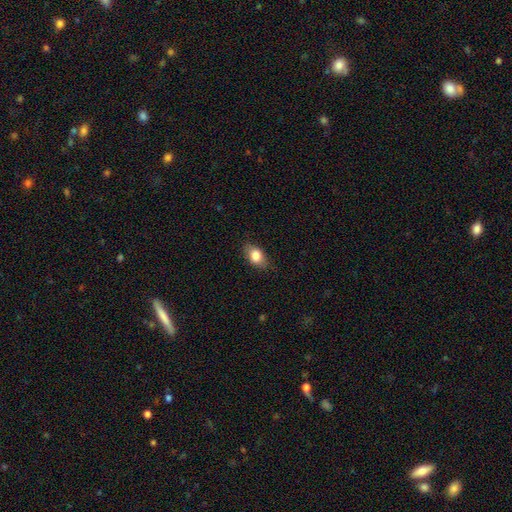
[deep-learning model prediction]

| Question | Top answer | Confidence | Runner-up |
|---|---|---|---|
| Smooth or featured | smooth | 80% | featured or disk (12%) |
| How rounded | in between | 80% | round (17%) |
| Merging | none | 79% | minor disturbance (16%) |